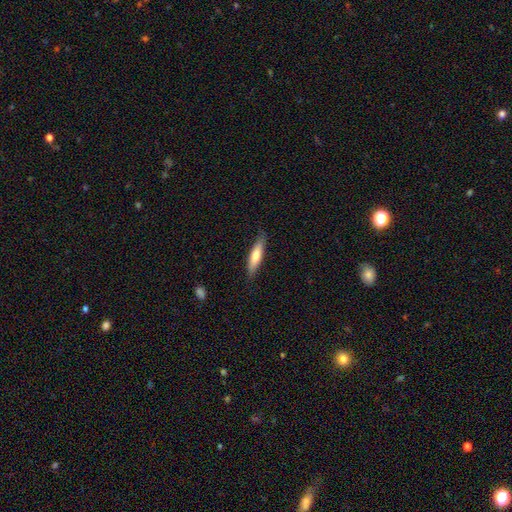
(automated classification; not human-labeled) A smooth galaxy with no disk features (66%) that is cigar-shaped (77%).

Vote fractions:
- Smooth or featured? smooth: 66% / featured or disk: 28% / star or artifact: 5%
- How rounded? cigar-shaped: 77% / in between: 22% / round: 1%
- Merging? none: 84% / minor disturbance: 13% / major disturbance: 2% / merger: 1%